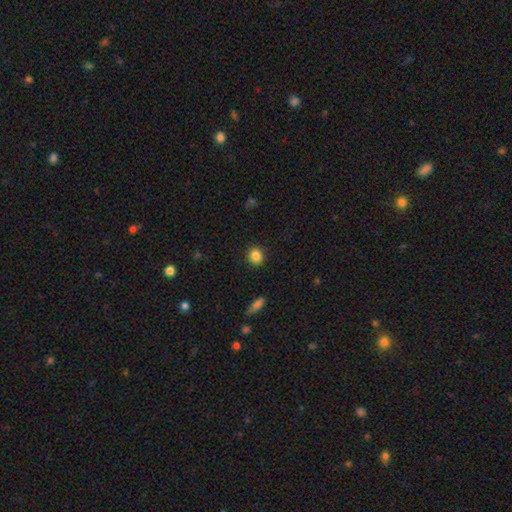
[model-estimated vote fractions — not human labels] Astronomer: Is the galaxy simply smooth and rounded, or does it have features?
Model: smooth — 85%.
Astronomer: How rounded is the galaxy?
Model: round — 83%.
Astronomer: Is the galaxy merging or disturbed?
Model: none — 91%.